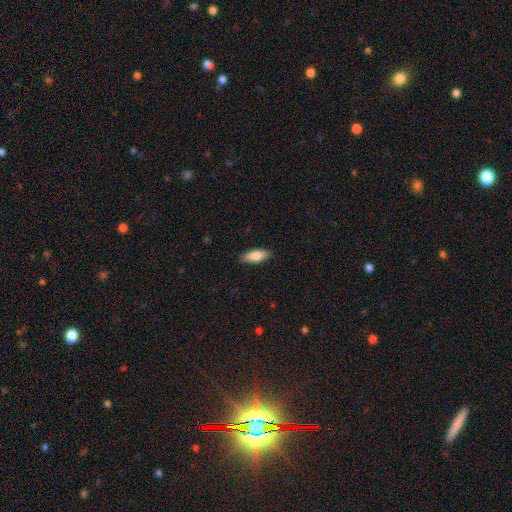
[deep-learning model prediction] smooth_or_featured: smooth (p=0.78) [alt: featured or disk p=0.16]
how_rounded: in between (p=0.69) [alt: cigar-shaped p=0.29]
merging: none (p=0.88) [alt: minor disturbance p=0.09]